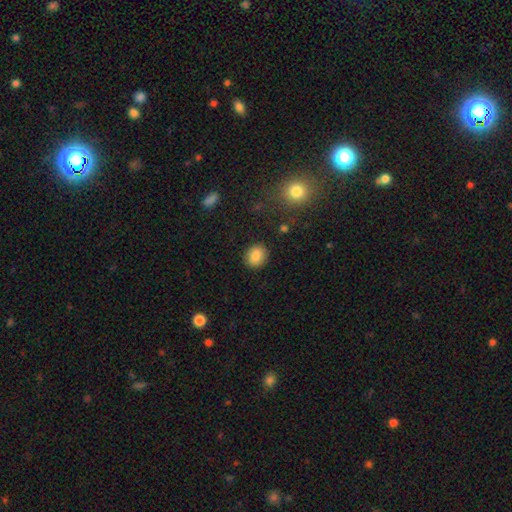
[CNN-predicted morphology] Smooth or featured: smooth — 85% (star or artifact — 9%)
How rounded: round — 68% (in between — 31%)
Merging: none — 89% (minor disturbance — 7%)